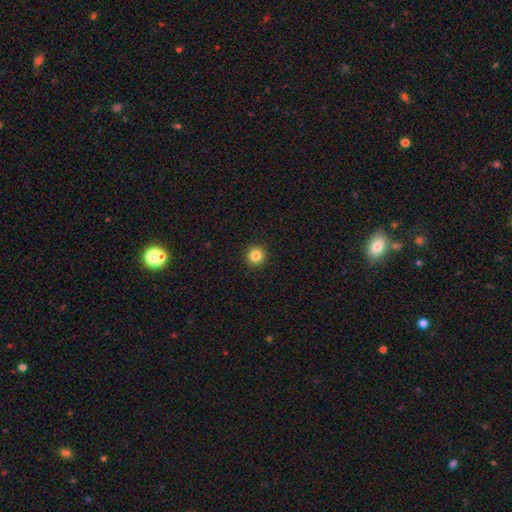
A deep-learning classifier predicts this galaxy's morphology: This appears to be a smooth galaxy with no disk features (85%) that is round (95%). Merging: none (93%).